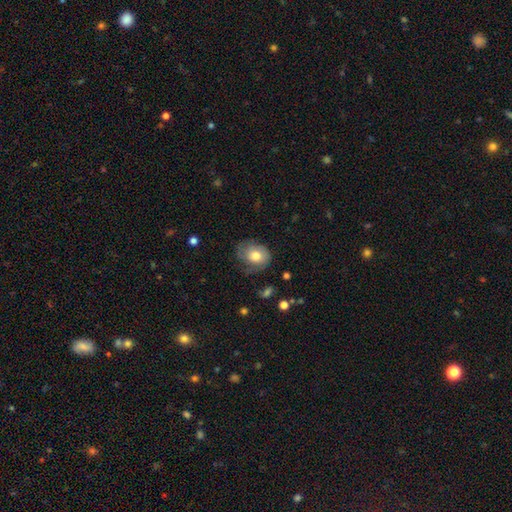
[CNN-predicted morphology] smooth 56%, featured or disk 36%, star or artifact 8%. Down the decision tree: how rounded — round (52%); merging — none (56%).